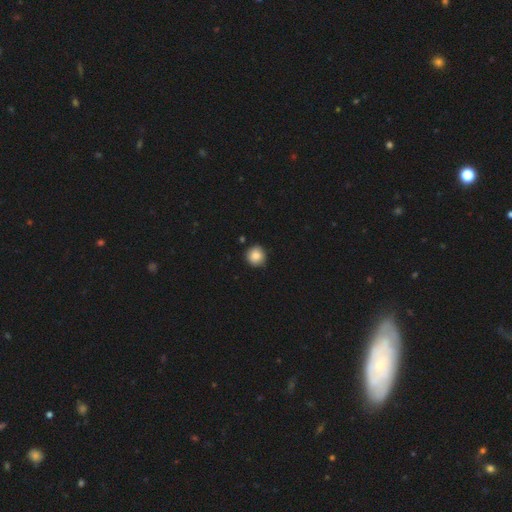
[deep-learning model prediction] Smooth or featured? smooth (85%)
How rounded? round (93%)
Merging? none (87%)